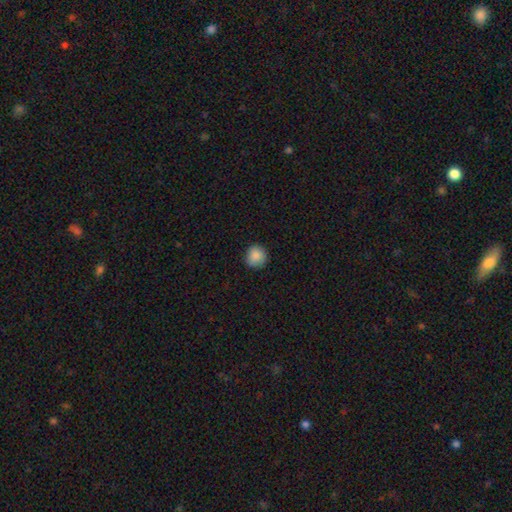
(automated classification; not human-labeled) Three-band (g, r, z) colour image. It shows a smooth galaxy with no disk features (87%) that is round (91%). Merging: none (87%).